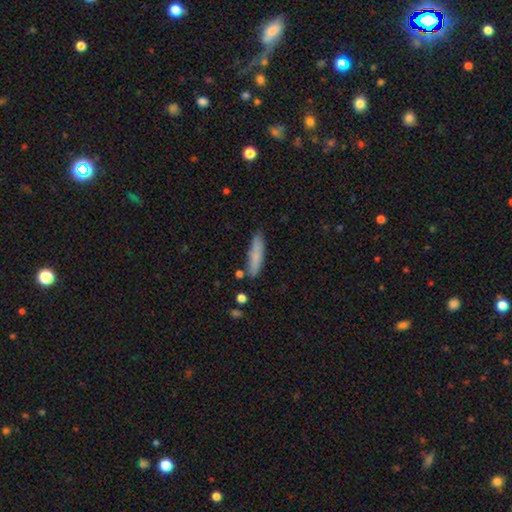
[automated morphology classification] smooth-or-featured: smooth: 76% | featured or disk: 17% | star or artifact: 7%
  how-rounded: cigar-shaped: 82% | in between: 16% | round: 2%
  merging: none: 83% | minor disturbance: 12% | merger: 3% | major disturbance: 2%